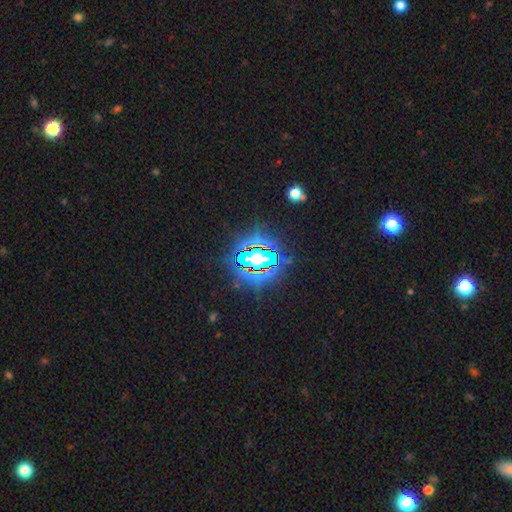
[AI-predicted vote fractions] Overall: star or artifact (81%).